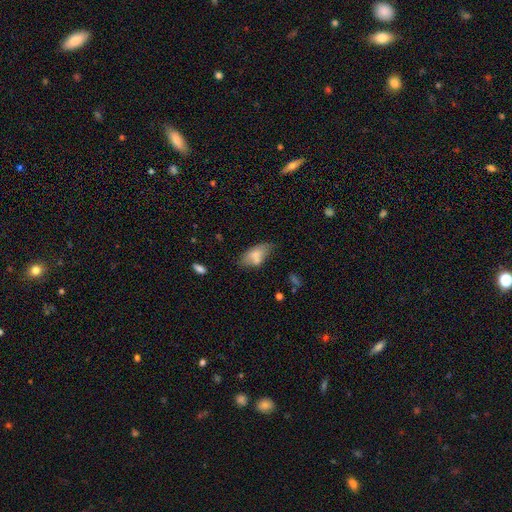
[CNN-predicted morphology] Smooth or featured: smooth — 70% (featured or disk — 22%)
How rounded: in between — 90% (cigar-shaped — 6%)
Merging: none — 48% (minor disturbance — 25%)